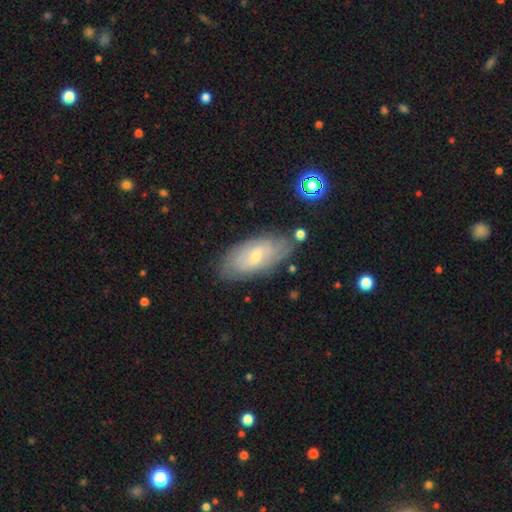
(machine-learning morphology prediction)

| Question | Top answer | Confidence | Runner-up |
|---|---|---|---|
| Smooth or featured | featured or disk | 60% | smooth (32%) |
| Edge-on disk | no | 90% | yes (10%) |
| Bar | weak | 49% | no (40%) |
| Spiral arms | yes | 77% | no (23%) |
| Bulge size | small | 60% | moderate (36%) |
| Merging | none | 73% | minor disturbance (18%) |